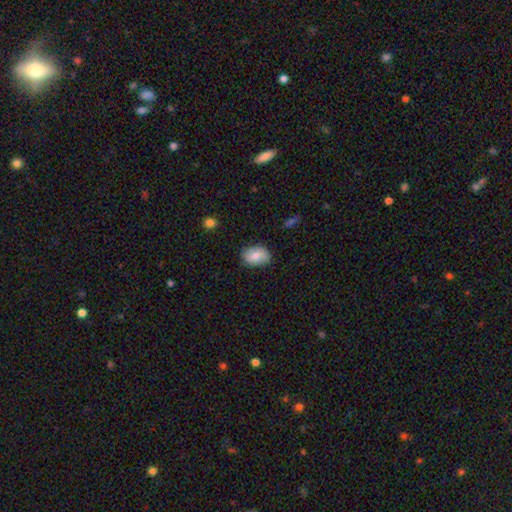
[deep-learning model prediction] Overall: smooth (75%). How rounded: in between (83%). Merging: none (80%).